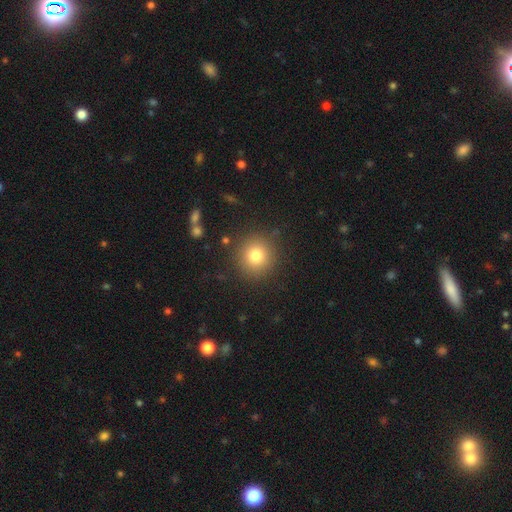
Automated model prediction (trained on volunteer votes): smooth_or_featured: smooth (p=0.79) [alt: star or artifact p=0.12]
how_rounded: round (p=0.93) [alt: in between p=0.06]
merging: none (p=0.88) [alt: minor disturbance p=0.07]